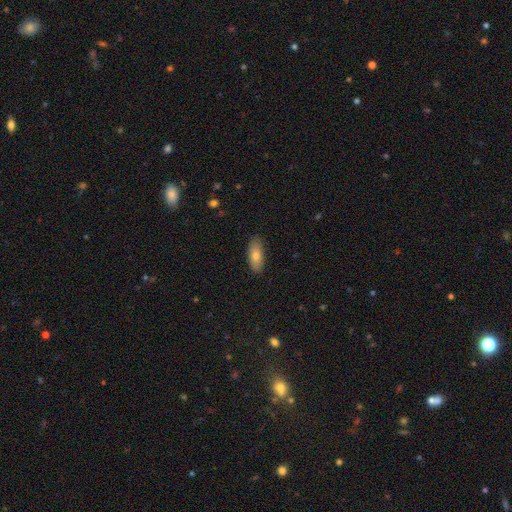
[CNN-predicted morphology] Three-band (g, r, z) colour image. It shows a smooth galaxy with no disk features (76%) that is in between round and cigar-shaped (75%). Merging: none (87%).